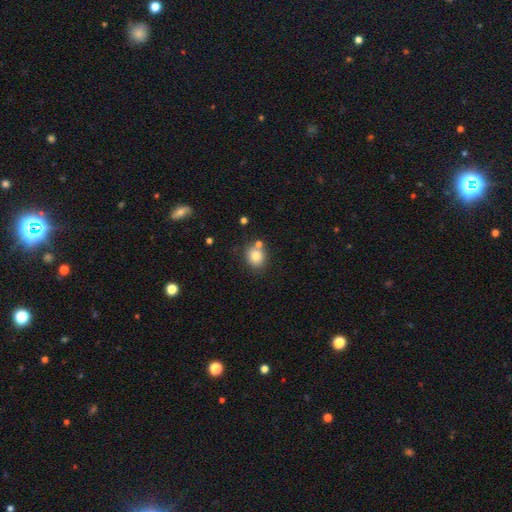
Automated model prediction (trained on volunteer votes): Smooth or featured?
  - smooth: 80% *
  - star or artifact: 11%
  - featured or disk: 10%
How rounded?
  - round: 73% *
  - in between: 26%
  - cigar-shaped: 1%
Merging?
  - none: 70% *
  - merger: 15%
  - minor disturbance: 12%
  - major disturbance: 3%